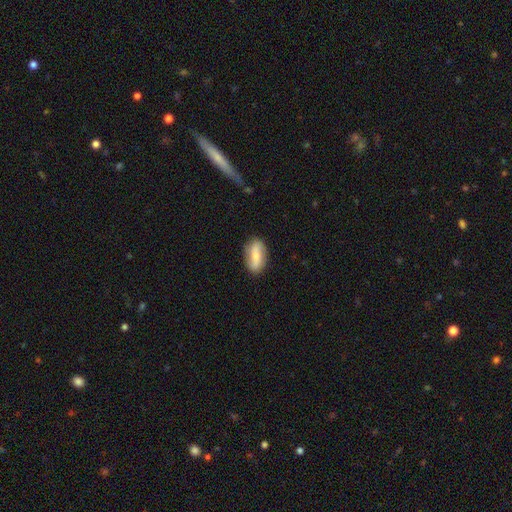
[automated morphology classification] smooth 65%, featured or disk 29%, star or artifact 6%. Down the decision tree: how rounded — in between (85%); merging — none (85%).